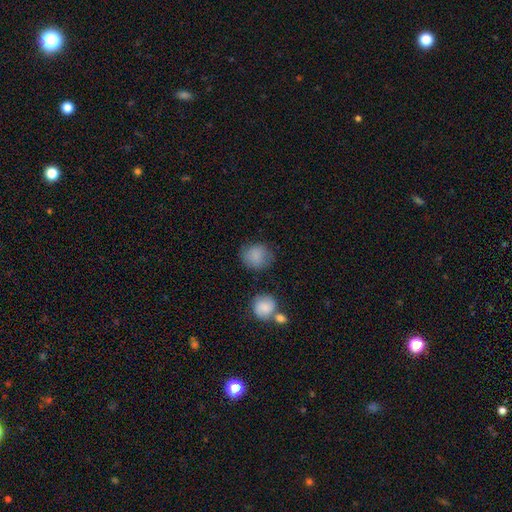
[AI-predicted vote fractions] Smooth or featured: smooth — 85% (star or artifact — 8%)
How rounded: round — 80% (in between — 19%)
Merging: none — 74% (minor disturbance — 17%)